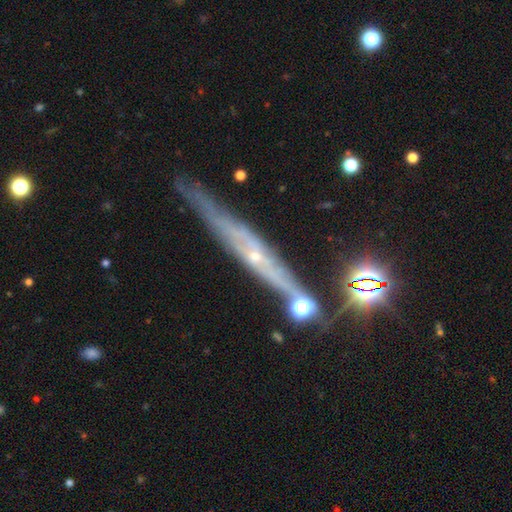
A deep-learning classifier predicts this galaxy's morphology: type=featured or disk (71%); edge-on=yes (89%); edge-on bulge=none (52%); merging=none (76%).